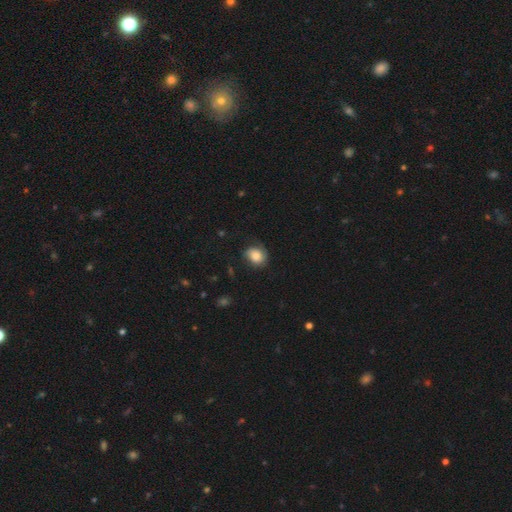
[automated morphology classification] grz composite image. It shows a smooth galaxy with no disk features (61%) that is round (59%). Merging: none (59%).